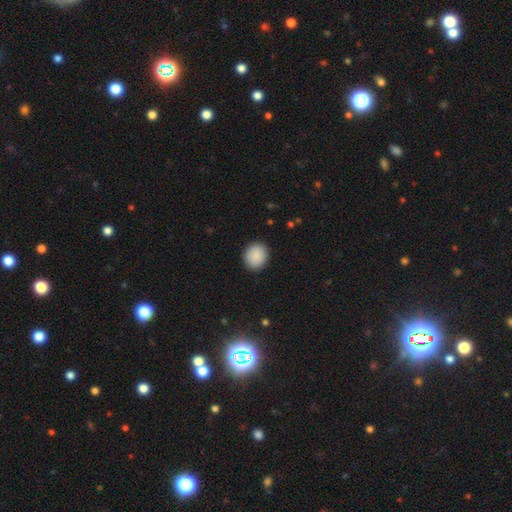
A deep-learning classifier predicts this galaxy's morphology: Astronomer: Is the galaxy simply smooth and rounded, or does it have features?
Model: smooth — 90%.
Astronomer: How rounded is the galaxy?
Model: round — 75%.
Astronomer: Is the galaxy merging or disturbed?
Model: none — 91%.